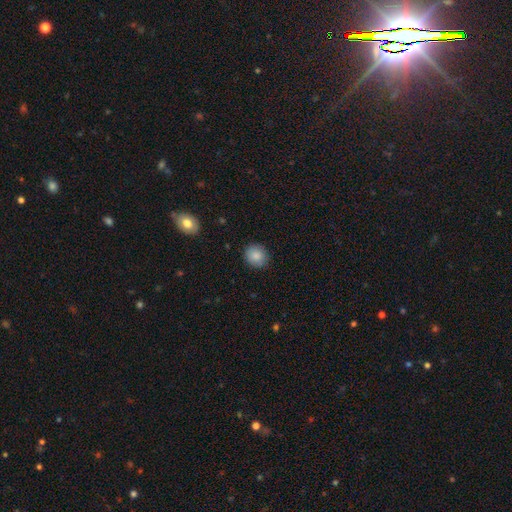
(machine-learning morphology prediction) smooth 87%, star or artifact 8%, featured or disk 5%. Down the decision tree: how rounded — round (82%); merging — none (88%).